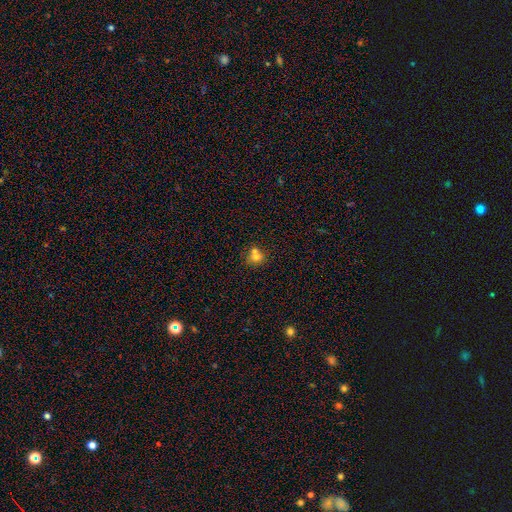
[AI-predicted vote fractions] smooth_or_featured: smooth (p=0.71) [alt: featured or disk p=0.15]
how_rounded: round (p=0.75) [alt: in between p=0.24]
merging: merger (p=0.51) [alt: none p=0.38]